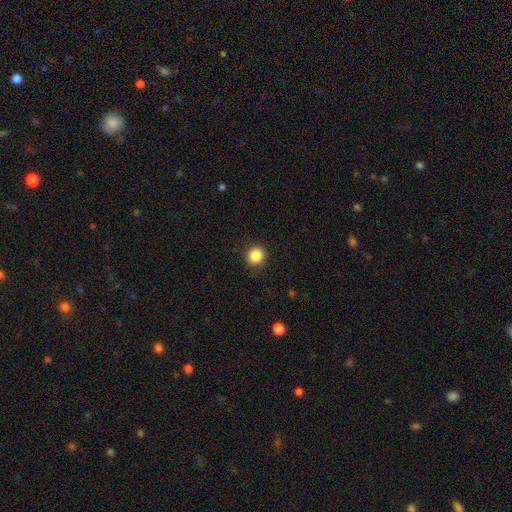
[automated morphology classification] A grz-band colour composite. It shows a smooth galaxy with no disk features (87%) that is round (93%). Merging: none (90%).